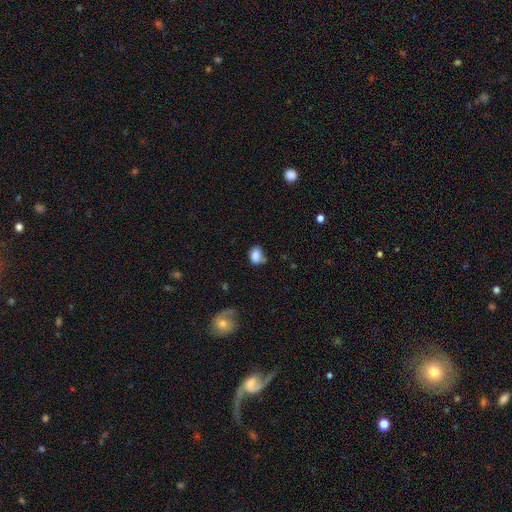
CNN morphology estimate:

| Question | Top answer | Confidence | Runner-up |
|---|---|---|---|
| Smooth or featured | smooth | 83% | star or artifact (9%) |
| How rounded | in between | 68% | round (31%) |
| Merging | none | 51% | minor disturbance (32%) |